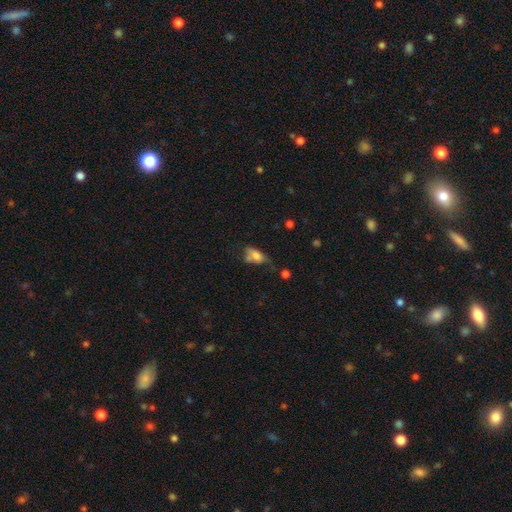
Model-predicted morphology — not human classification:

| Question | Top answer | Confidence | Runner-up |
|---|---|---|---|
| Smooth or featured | smooth | 66% | featured or disk (22%) |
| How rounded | in between | 82% | round (10%) |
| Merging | minor disturbance | 29% | none (28%) |